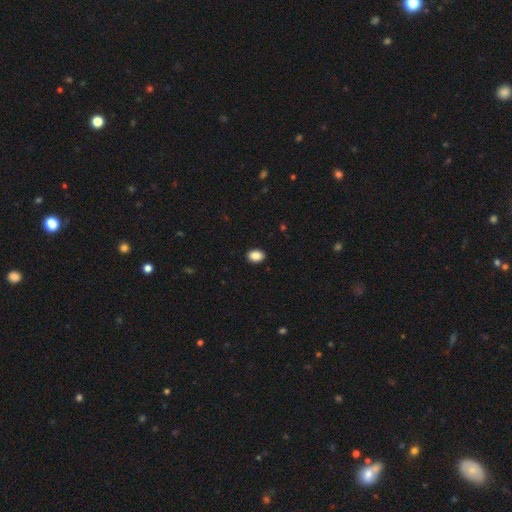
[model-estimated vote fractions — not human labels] This is clearly a smooth galaxy (89%). How rounded: likely in between (76%). Merging: clearly none (91%).